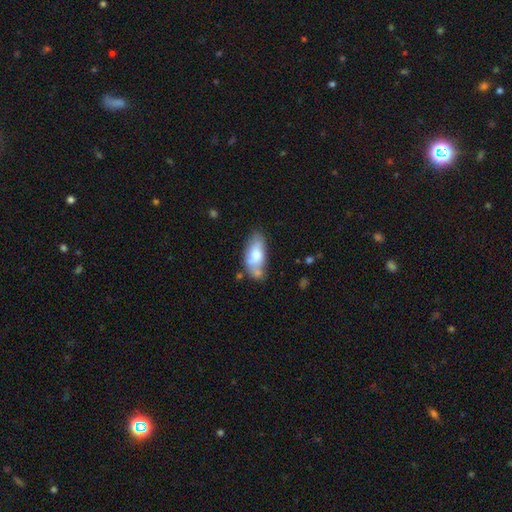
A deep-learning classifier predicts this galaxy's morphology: The model was most divided on "merging": none: 46%, minor disturbance: 28%, merger: 16%, major disturbance: 10%. More confident: how rounded — in between (88%); smooth or featured — smooth (68%).